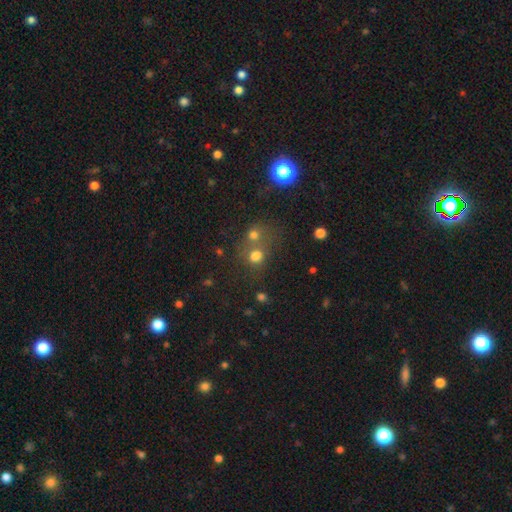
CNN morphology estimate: Smooth or featured: smooth — 71% (star or artifact — 19%)
How rounded: round — 71% (in between — 27%)
Merging: merger — 43% (none — 41%)